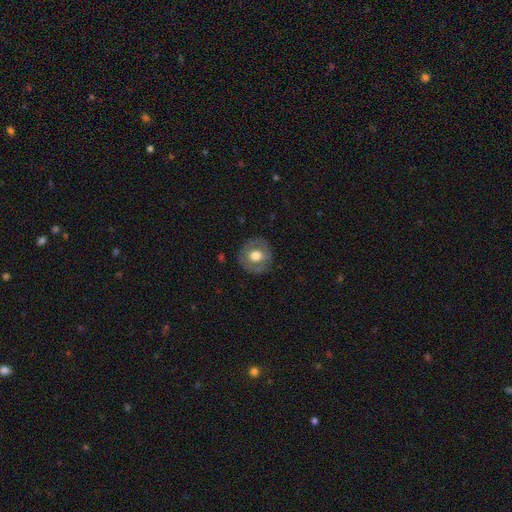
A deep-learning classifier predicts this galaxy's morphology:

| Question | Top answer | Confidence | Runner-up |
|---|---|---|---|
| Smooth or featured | smooth | 56% | featured or disk (37%) |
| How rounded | round | 89% | in between (11%) |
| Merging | none | 83% | minor disturbance (12%) |